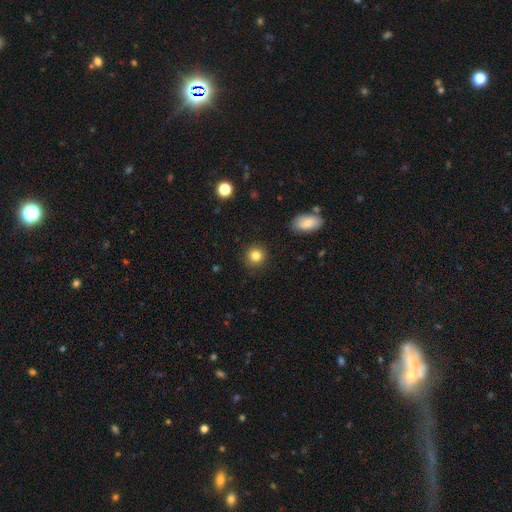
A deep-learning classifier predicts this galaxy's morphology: The model was most divided on "smooth or featured": smooth: 84%, star or artifact: 11%, featured or disk: 6%. More confident: how rounded — round (91%); merging — none (90%).